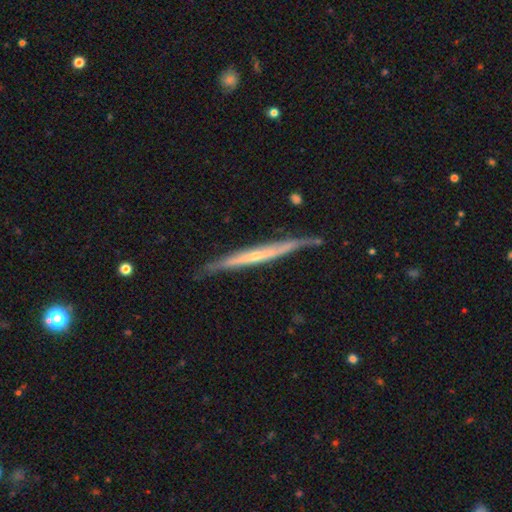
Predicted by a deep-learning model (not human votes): A featured or disk galaxy (73%) viewed edge-on (95%) with no central bulge (53%). Merging: none (77%).